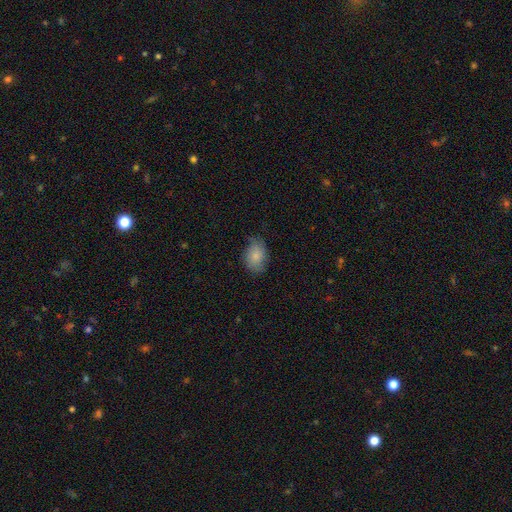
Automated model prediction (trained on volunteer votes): smooth 81%, featured or disk 12%, star or artifact 7%. Down the decision tree: how rounded — in between (79%); merging — none (65%).